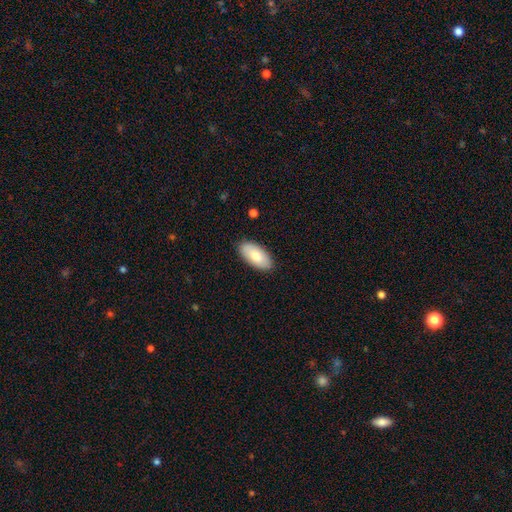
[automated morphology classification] Smooth or featured? smooth (80%)
How rounded? in between (93%)
Merging? none (88%)